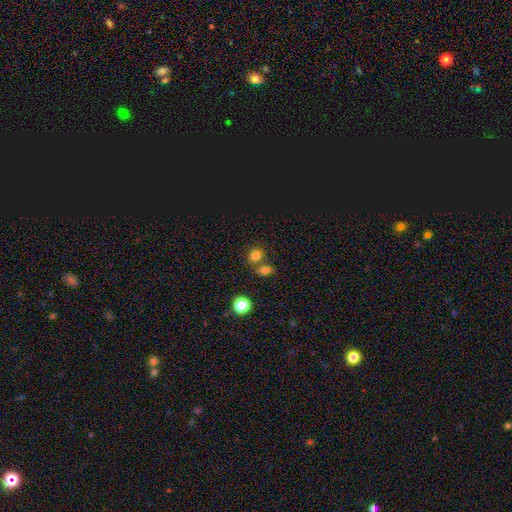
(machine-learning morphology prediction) smooth 75%, star or artifact 18%, featured or disk 7%. Down the decision tree: how rounded — round (62%); merging — none (61%).